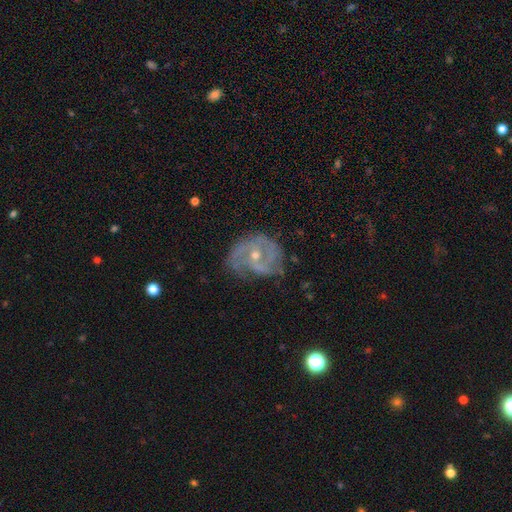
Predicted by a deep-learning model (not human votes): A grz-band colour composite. It shows a featured or disk galaxy (84%) with no bar (60%), 2 (48%) medium (42%, tied with tight) spiral arms (91%) and a small central bulge (56%). Merging: none (56%).